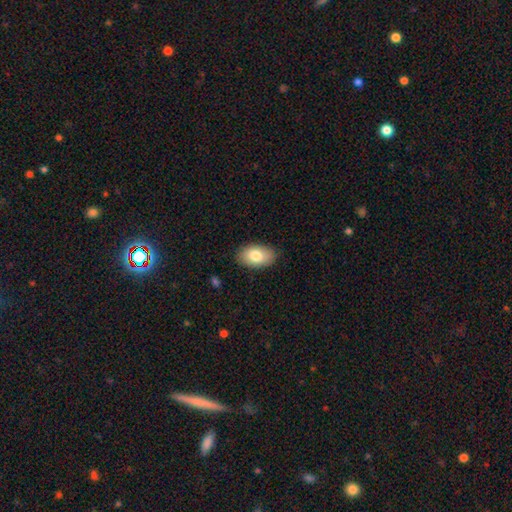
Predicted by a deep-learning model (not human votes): Smooth or featured?
  - smooth: 80% *
  - featured or disk: 13%
  - star or artifact: 6%
How rounded?
  - in between: 92% *
  - round: 6%
  - cigar-shaped: 1%
Merging?
  - none: 85% *
  - minor disturbance: 12%
  - major disturbance: 2%
  - merger: 1%